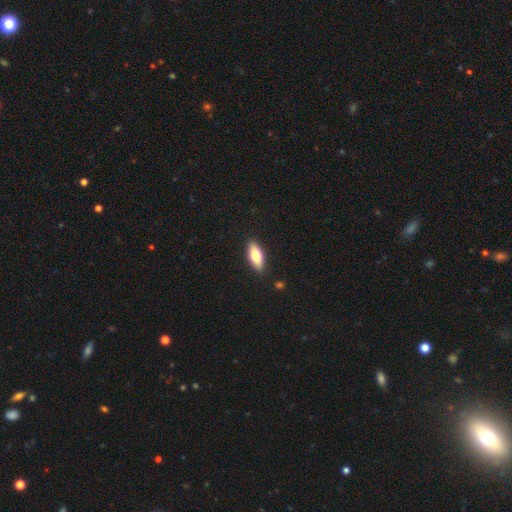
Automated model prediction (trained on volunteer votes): The model was most divided on "smooth or featured": smooth: 67%, featured or disk: 27%, star or artifact: 6%. More confident: merging — none (89%); how rounded — in between (71%).